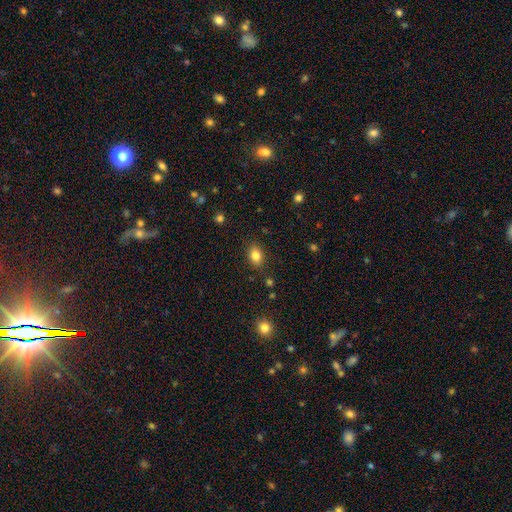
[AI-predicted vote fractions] Smooth or featured? Predicted: smooth (p=0.82). How rounded? Predicted: in between (p=0.76). Merging? Predicted: none (p=0.83).